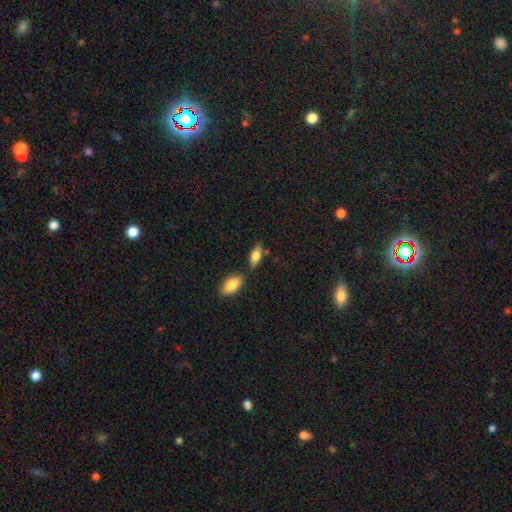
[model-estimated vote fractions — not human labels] This is likely a smooth galaxy (77%). How rounded: clearly in between (82%). Merging: likely none (63%).